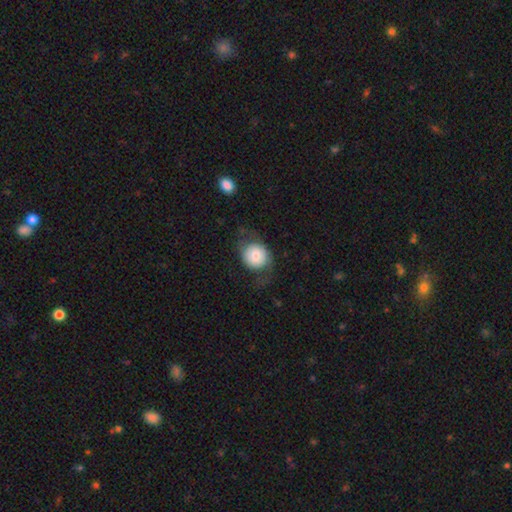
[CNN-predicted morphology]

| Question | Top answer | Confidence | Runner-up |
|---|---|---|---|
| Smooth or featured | smooth | 67% | featured or disk (26%) |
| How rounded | round | 81% | in between (18%) |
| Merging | none | 62% | minor disturbance (20%) |